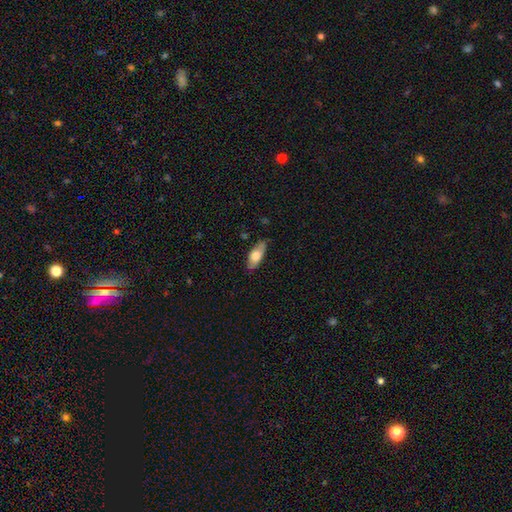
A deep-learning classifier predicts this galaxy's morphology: Overall: smooth (70%). How rounded: in between (80%). Merging: none (77%).